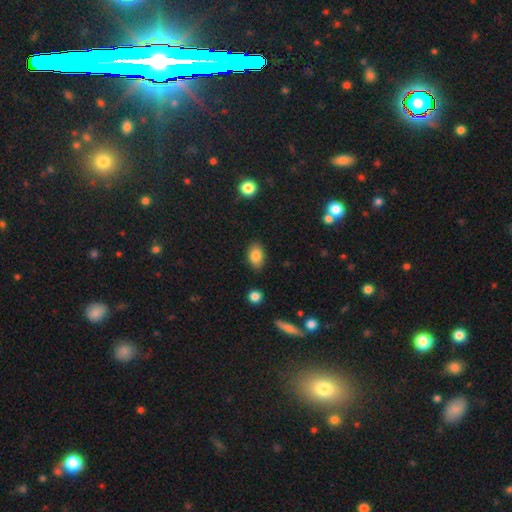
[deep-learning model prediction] Smooth or featured? Predicted: smooth (p=0.85). How rounded? Predicted: in between (p=0.87). Merging? Predicted: none (p=0.84).